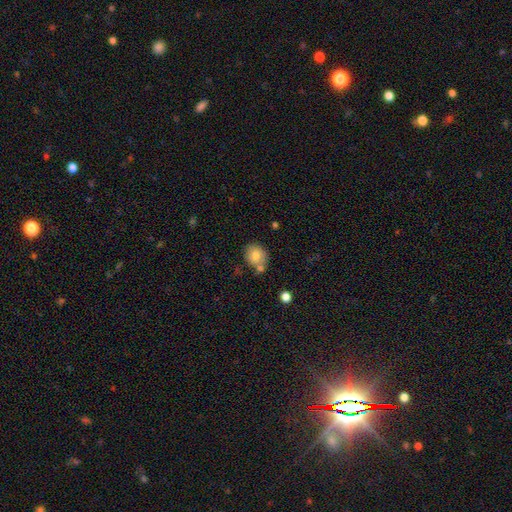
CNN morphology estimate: A smooth galaxy with no disk features (77%) that is round (61%). Merging: none (57%).